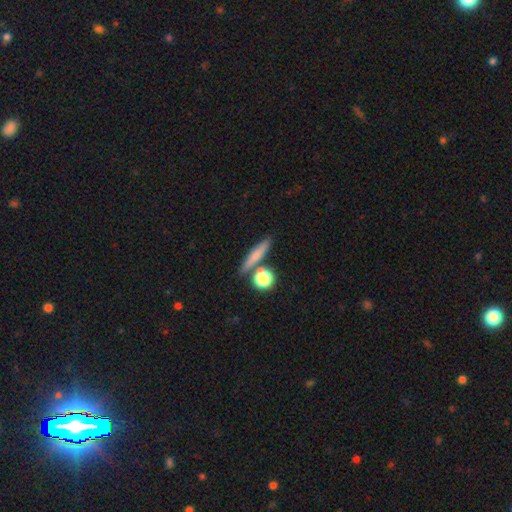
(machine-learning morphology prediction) A smooth galaxy with no disk features (69%) that is cigar-shaped (67%).

Vote fractions:
- Smooth or featured? smooth: 69% / featured or disk: 21% / star or artifact: 9%
- How rounded? cigar-shaped: 67% / round: 18% / in between: 15%
- Merging? none: 74% / merger: 12% / minor disturbance: 10% / major disturbance: 3%